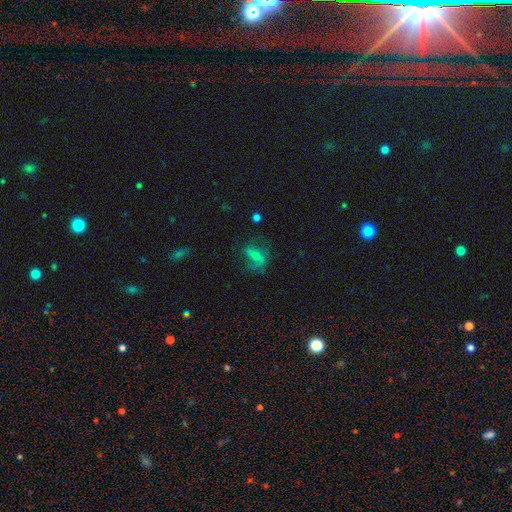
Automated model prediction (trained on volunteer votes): featured or disk 45%, smooth 44%, star or artifact 12%. Down the decision tree: merging — none (50%).